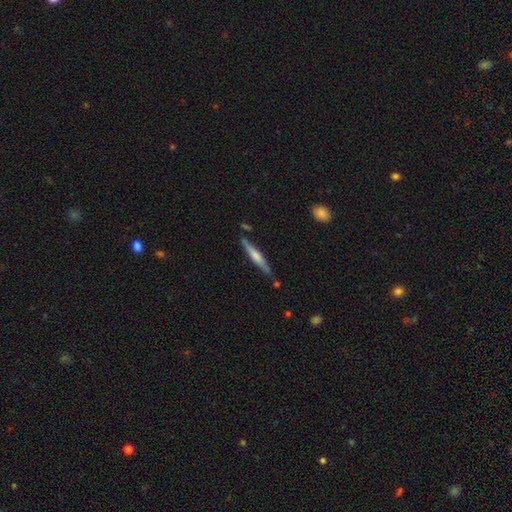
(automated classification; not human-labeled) Q: Smooth or featured?
A: smooth (53%); runner-up: featured or disk (42%)
Q: How rounded?
A: cigar-shaped (93%); runner-up: in between (6%)
Q: Merging?
A: none (78%); runner-up: minor disturbance (15%)